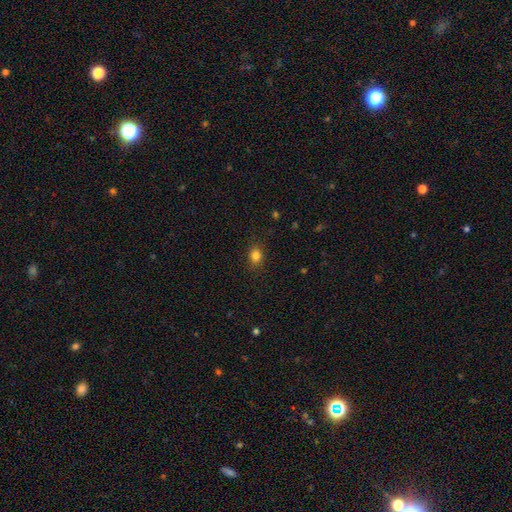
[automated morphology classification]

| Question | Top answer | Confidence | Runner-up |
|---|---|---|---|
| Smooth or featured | smooth | 83% | star or artifact (12%) |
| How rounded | round | 54% | in between (44%) |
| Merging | none | 86% | minor disturbance (10%) |